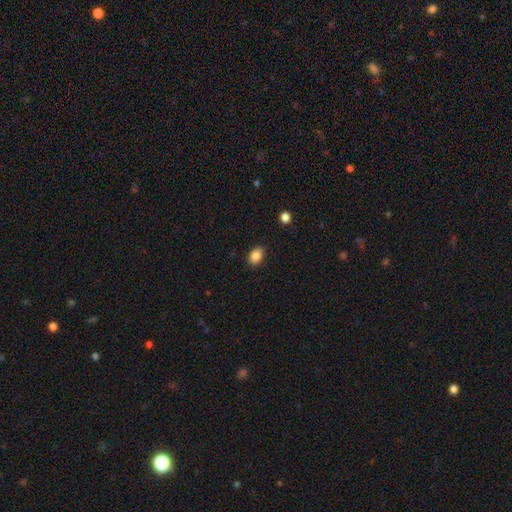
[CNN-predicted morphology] smooth_or_featured: smooth (p=0.87) [alt: star or artifact p=0.09]
how_rounded: in between (p=0.79) [alt: round p=0.20]
merging: none (p=0.84) [alt: minor disturbance p=0.12]